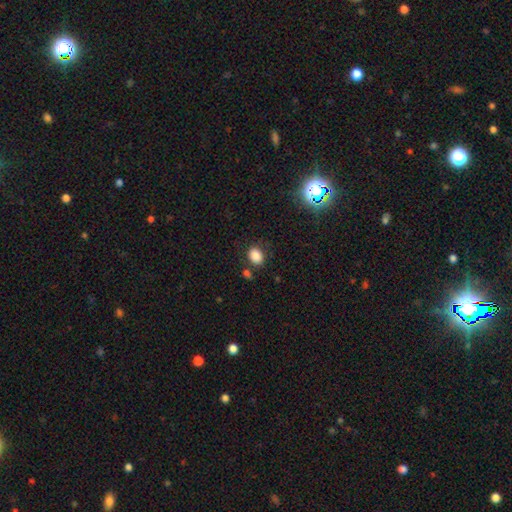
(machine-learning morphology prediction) A smooth galaxy with no disk features (84%) that is in between round and cigar-shaped (58%).

Vote fractions:
- Smooth or featured? smooth: 84% / star or artifact: 11% / featured or disk: 5%
- How rounded? in between: 58% / round: 41% / cigar-shaped: 1%
- Merging? none: 76% / minor disturbance: 13% / merger: 7% / major disturbance: 4%